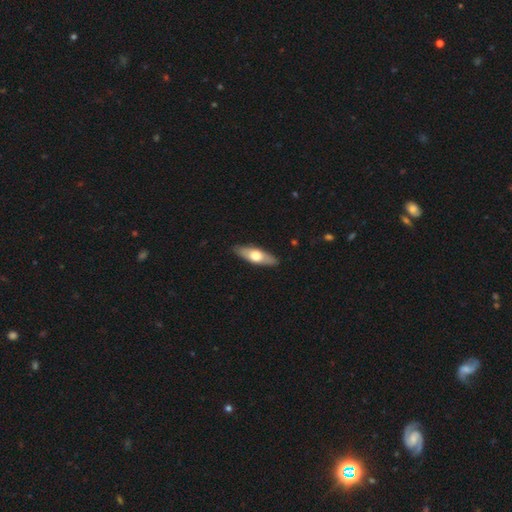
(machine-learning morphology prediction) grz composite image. It shows a smooth galaxy with no disk features (53%) that is in between round and cigar-shaped (51%). Merging: none (89%).